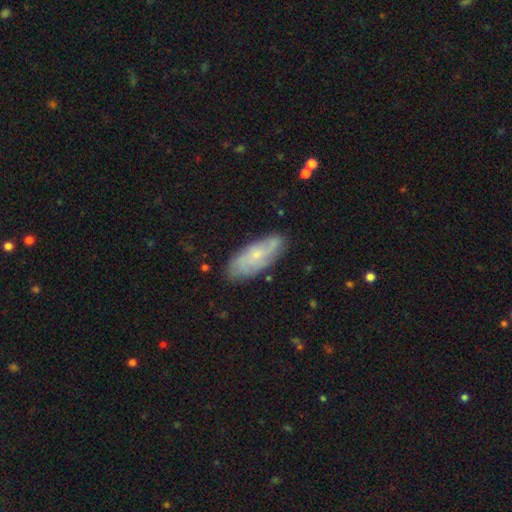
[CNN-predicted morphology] Smooth or featured? Predicted: featured or disk (p=0.56). Edge-on disk? Predicted: no (p=0.87). Merging? Predicted: none (p=0.76).